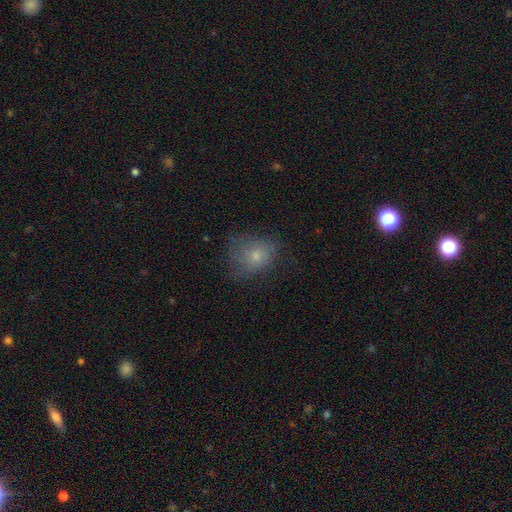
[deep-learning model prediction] This is likely a smooth galaxy (65%). How rounded: likely round (62%). Merging: possibly none (57%).